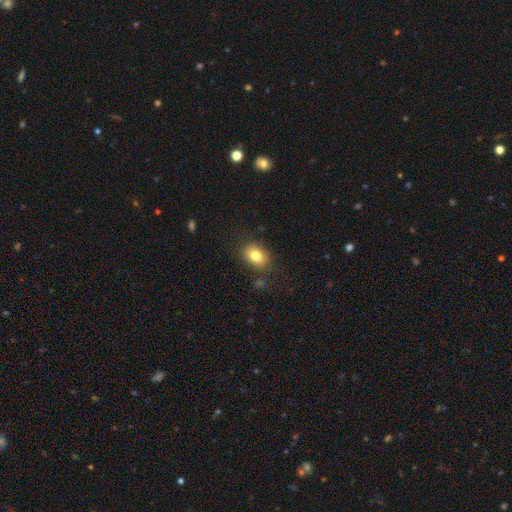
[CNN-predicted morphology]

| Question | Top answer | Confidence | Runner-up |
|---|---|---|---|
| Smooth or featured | smooth | 81% | star or artifact (10%) |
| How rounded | in between | 71% | round (28%) |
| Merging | none | 80% | minor disturbance (13%) |